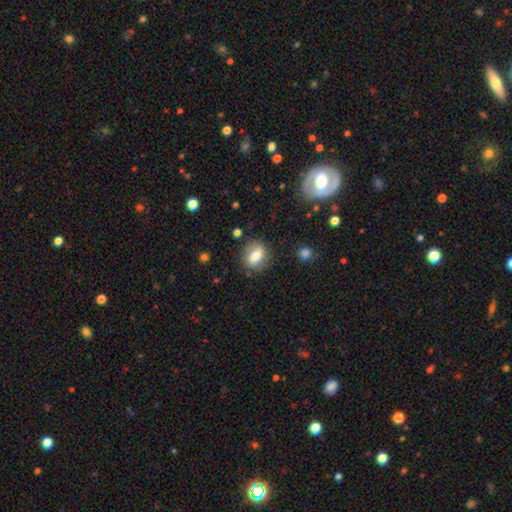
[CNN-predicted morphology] Smooth or featured? Predicted: smooth (p=0.70). How rounded? Predicted: in between (p=0.50). Merging? Predicted: none (p=0.79).